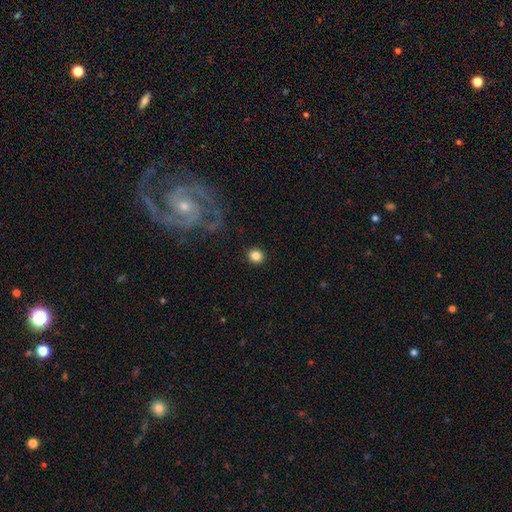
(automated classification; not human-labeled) A smooth galaxy with no disk features (83%) that is round (88%). Merging: none (90%).